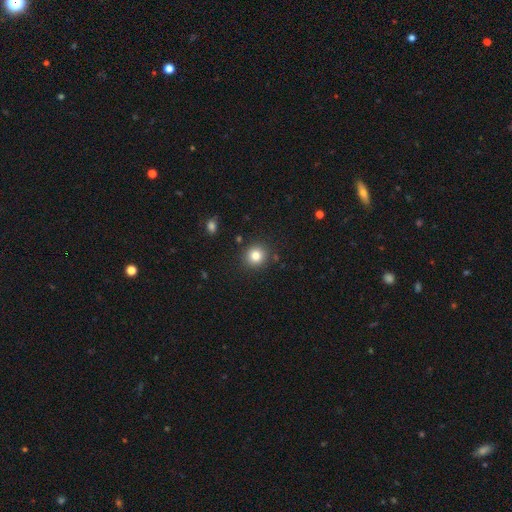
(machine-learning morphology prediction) Overall: smooth (82%). How rounded: round (88%). Merging: none (88%).